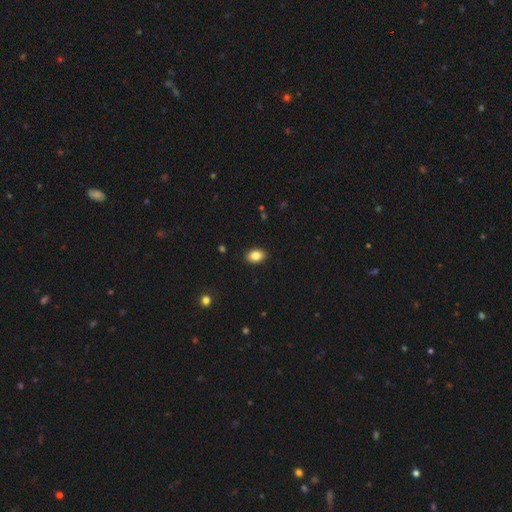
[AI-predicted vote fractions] smooth 85%, star or artifact 9%, featured or disk 7%. Down the decision tree: how rounded — in between (81%); merging — none (90%).